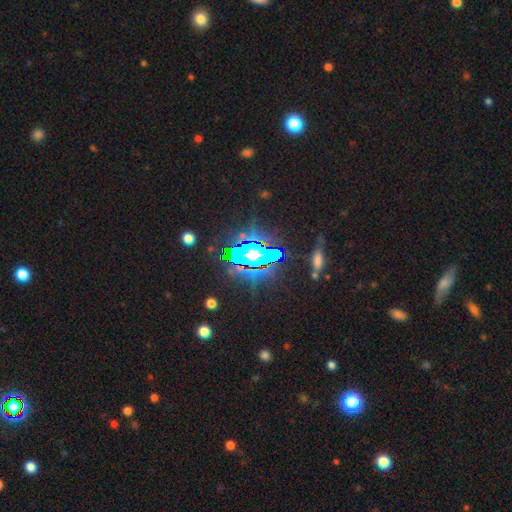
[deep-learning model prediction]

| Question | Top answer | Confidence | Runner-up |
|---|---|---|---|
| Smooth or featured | star or artifact | 84% | smooth (9%) |